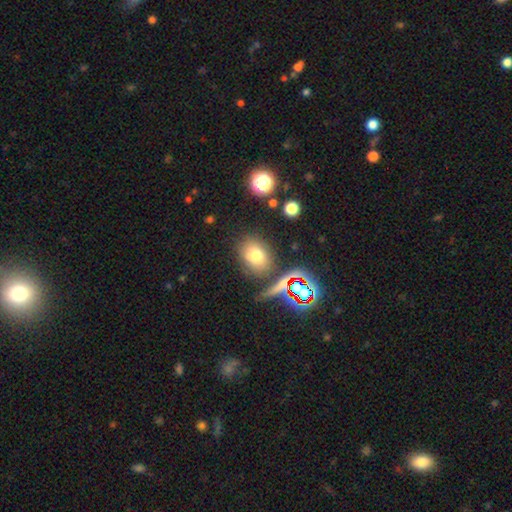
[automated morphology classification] Smooth or featured: smooth — 71% (star or artifact — 17%)
How rounded: in between — 53% (round — 45%)
Merging: none — 74% (minor disturbance — 13%)